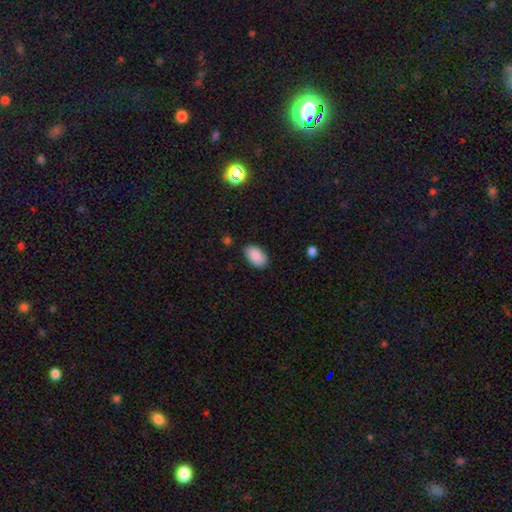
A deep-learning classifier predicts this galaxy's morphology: Smooth or featured? Predicted: smooth (p=0.89). How rounded? Predicted: in between (p=0.93). Merging? Predicted: none (p=0.83).